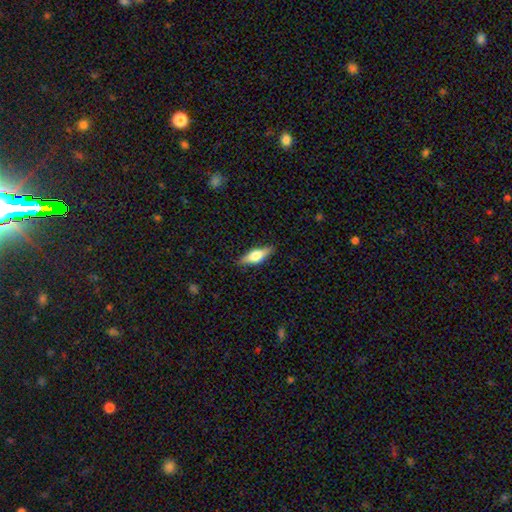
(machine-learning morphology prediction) The model was most divided on "how rounded": in between: 60%, cigar-shaped: 37%, round: 3%. More confident: merging — none (86%); smooth or featured — smooth (60%).